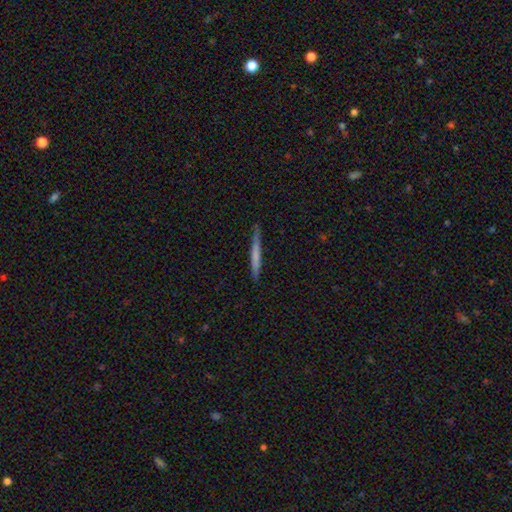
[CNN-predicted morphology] Smooth or featured?
  - smooth: 60% *
  - featured or disk: 35%
  - star or artifact: 6%
How rounded?
  - cigar-shaped: 96% *
  - in between: 2%
  - round: 1%
Merging?
  - none: 87% *
  - minor disturbance: 10%
  - major disturbance: 2%
  - merger: 1%